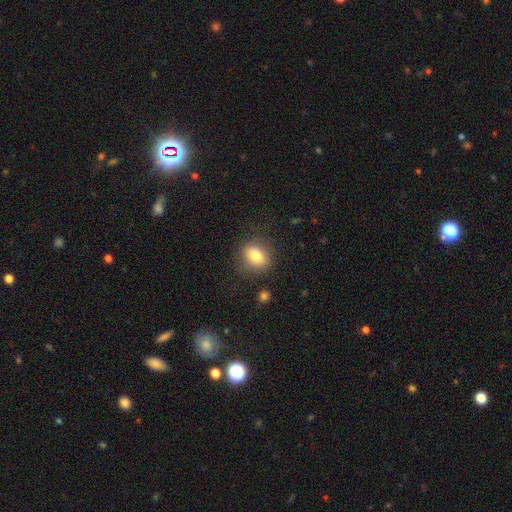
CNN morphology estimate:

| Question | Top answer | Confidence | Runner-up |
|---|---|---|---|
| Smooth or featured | smooth | 81% | star or artifact (10%) |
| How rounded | round | 53% | in between (46%) |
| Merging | none | 85% | minor disturbance (10%) |